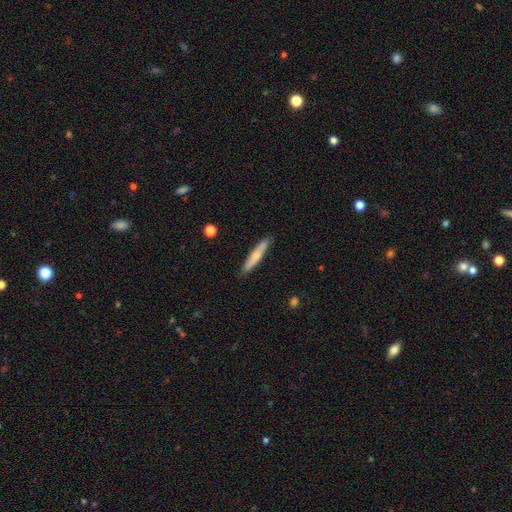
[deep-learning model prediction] Q: Smooth or featured?
A: smooth (59%); runner-up: featured or disk (35%)
Q: How rounded?
A: cigar-shaped (91%); runner-up: in between (8%)
Q: Merging?
A: none (88%); runner-up: minor disturbance (9%)